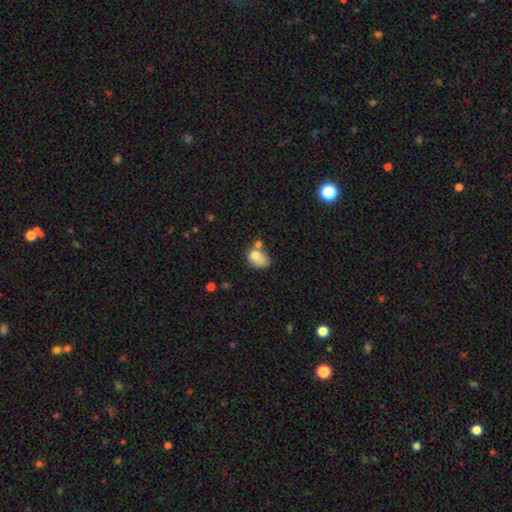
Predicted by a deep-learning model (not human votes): Smooth or featured?
  - smooth: 75% *
  - featured or disk: 16%
  - star or artifact: 10%
How rounded?
  - in between: 72% *
  - round: 27%
  - cigar-shaped: 1%
Merging?
  - merger: 36% *
  - none: 31%
  - minor disturbance: 21%
  - major disturbance: 12%